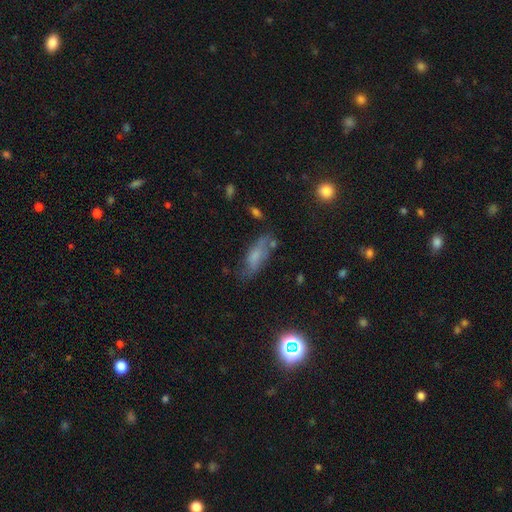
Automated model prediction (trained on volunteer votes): A smooth galaxy with no disk features (55%) that is in between round and cigar-shaped (67%). Merging: none (56%).